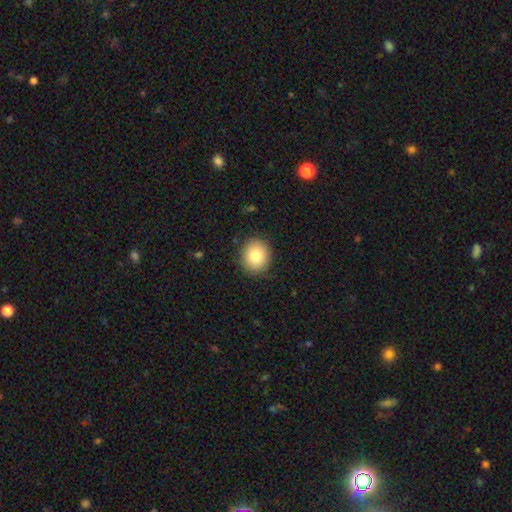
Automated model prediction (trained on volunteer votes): This is clearly a smooth galaxy (82%). How rounded: likely round (78%). Merging: clearly none (89%).